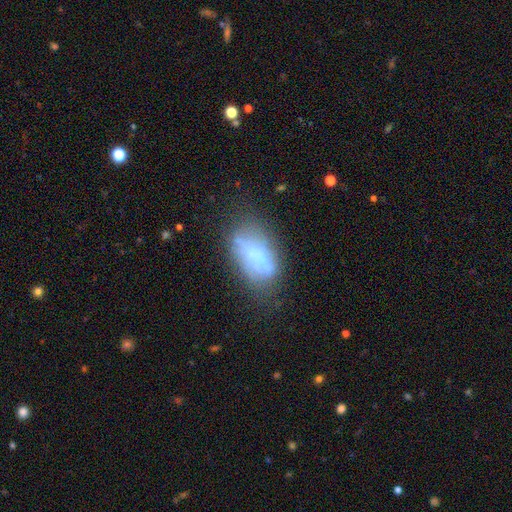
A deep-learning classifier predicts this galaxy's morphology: A smooth galaxy with no disk features (49%).

Vote fractions:
- Smooth or featured? smooth: 49% / featured or disk: 39% / star or artifact: 12%
- Merging? none: 44% / minor disturbance: 28% / major disturbance: 20% / merger: 9%